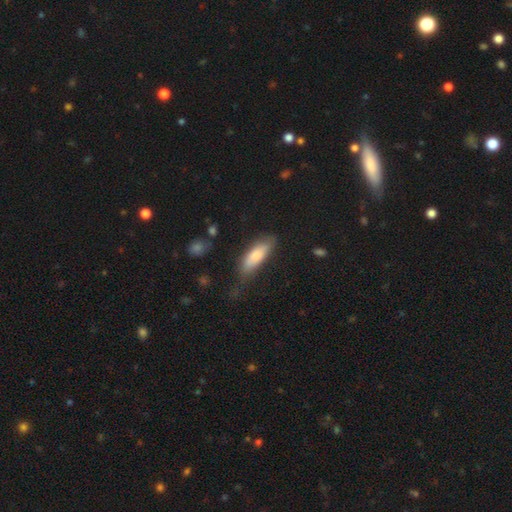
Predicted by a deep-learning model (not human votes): Smooth or featured? smooth (80%)
How rounded? in between (62%)
Merging? none (56%)